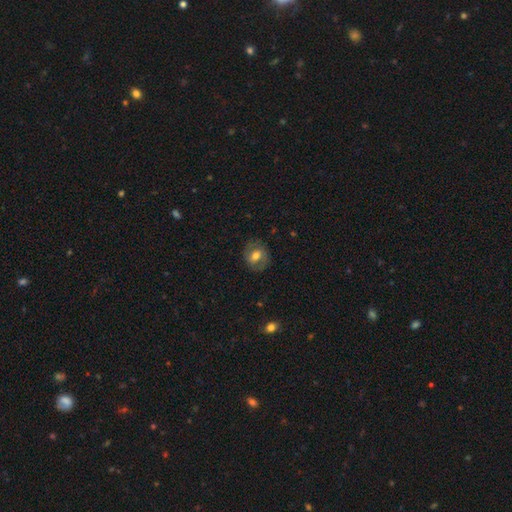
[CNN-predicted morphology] This appears to be a smooth galaxy with no disk features (52%) that is round (61%). Merging: none (78%).